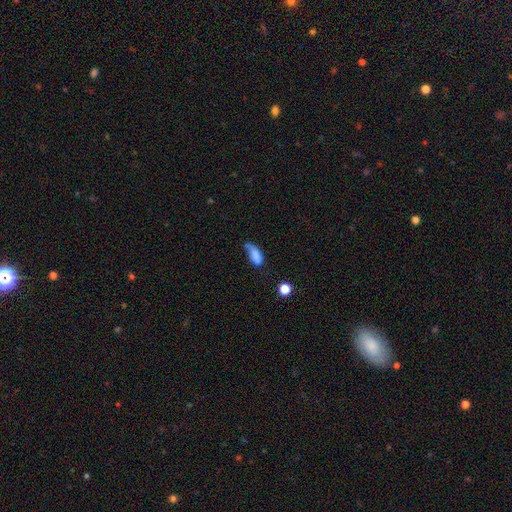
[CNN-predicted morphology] smooth_or_featured: smooth (p=0.78) [alt: featured or disk p=0.12]
how_rounded: in between (p=0.83) [alt: cigar-shaped p=0.13]
merging: none (p=0.35) [alt: minor disturbance p=0.32]